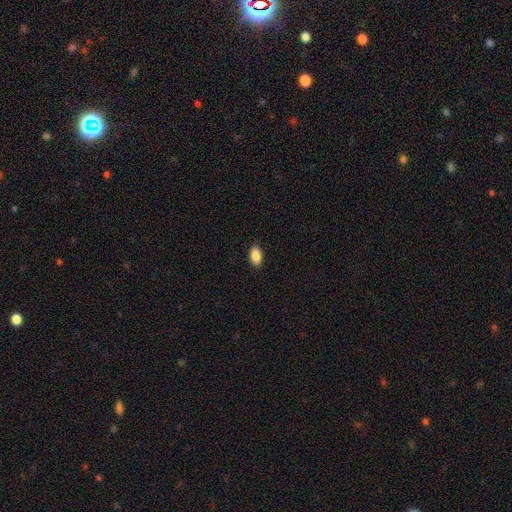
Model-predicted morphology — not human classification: This is clearly a smooth galaxy (88%). How rounded: clearly in between (93%). Merging: clearly none (89%).